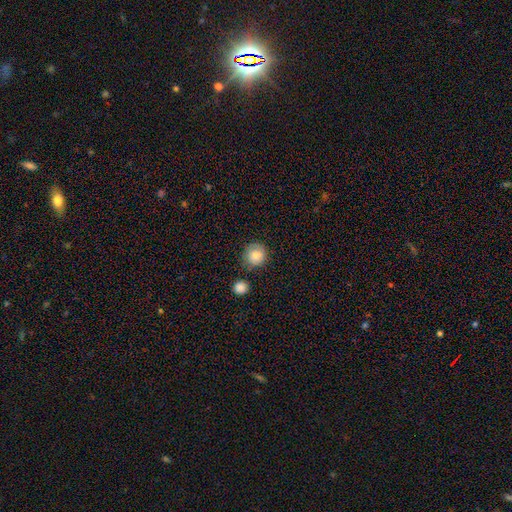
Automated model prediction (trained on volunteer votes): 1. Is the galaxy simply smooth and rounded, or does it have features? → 84% smooth, 9% star or artifact, 7% featured or disk.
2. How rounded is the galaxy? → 92% round, 8% in between, 1% cigar-shaped.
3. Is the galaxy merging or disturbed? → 78% none, 13% minor disturbance, 6% merger, 3% major disturbance.